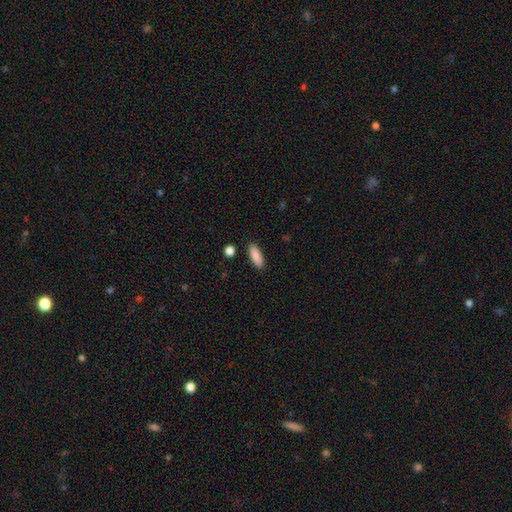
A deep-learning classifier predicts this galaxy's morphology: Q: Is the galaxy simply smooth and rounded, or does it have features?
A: smooth — 89%.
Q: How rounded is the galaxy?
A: in between — 62%.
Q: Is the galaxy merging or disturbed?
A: none — 87%.